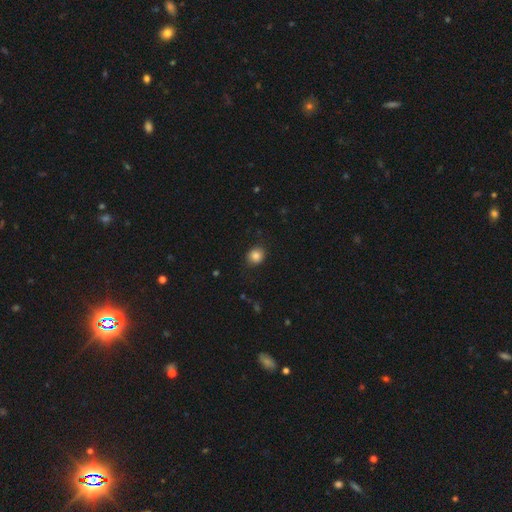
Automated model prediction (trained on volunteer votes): Overall: smooth (83%). How rounded: round (81%). Merging: none (85%).